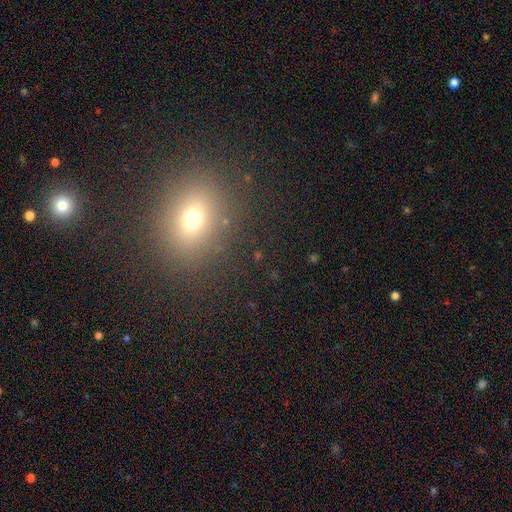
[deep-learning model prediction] This is likely a smooth galaxy (60%). How rounded: possibly round (50%). Merging: clearly none (89%).